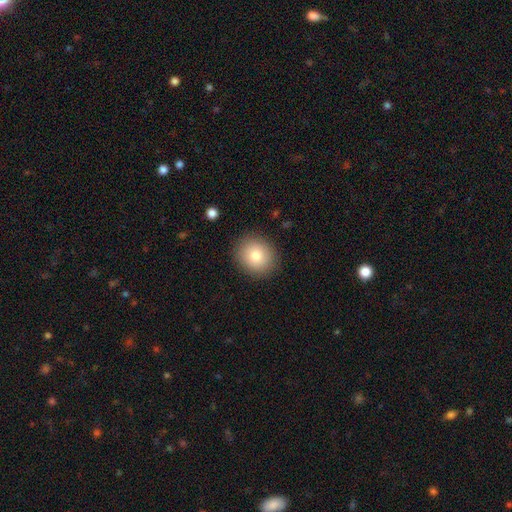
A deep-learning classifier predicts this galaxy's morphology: smooth 79%, featured or disk 11%, star or artifact 10%. Down the decision tree: how rounded — round (76%); merging — none (88%).